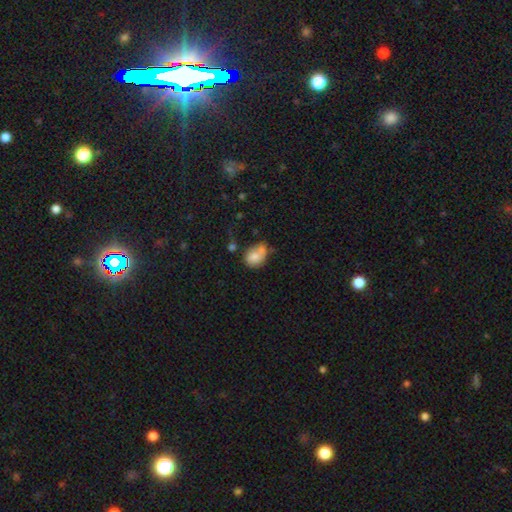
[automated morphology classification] This is likely a smooth galaxy (74%). How rounded: possibly in between (59%). Merging: marginally none (34%).